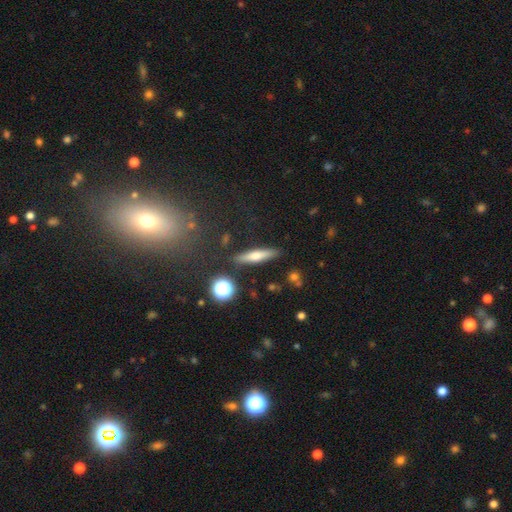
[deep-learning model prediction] A smooth galaxy with no disk features (51%) that is cigar-shaped (82%). Merging: none (87%).